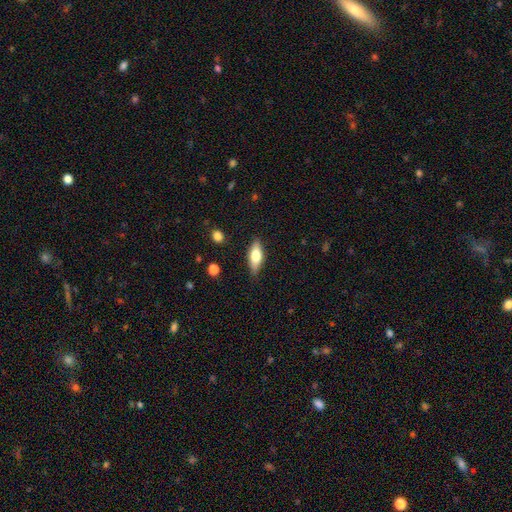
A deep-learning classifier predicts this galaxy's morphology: Smooth or featured? smooth (63%)
How rounded? in between (69%)
Merging? none (84%)